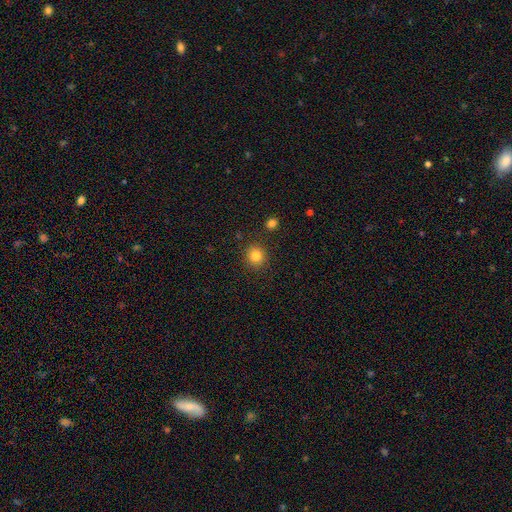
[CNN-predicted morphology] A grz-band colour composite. It shows a smooth galaxy with no disk features (83%) that is round (89%). Merging: none (88%).